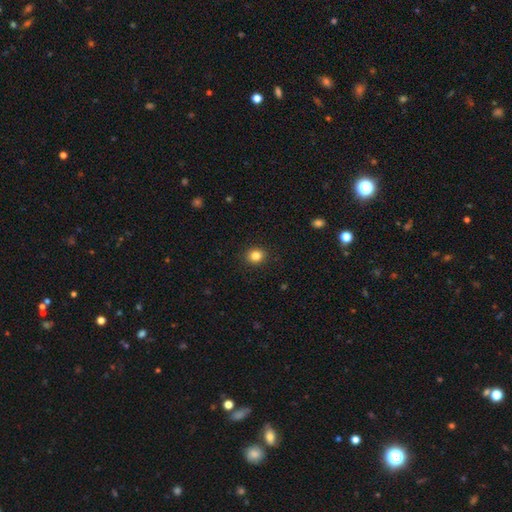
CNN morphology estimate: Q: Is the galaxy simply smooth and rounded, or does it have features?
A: smooth — 84%.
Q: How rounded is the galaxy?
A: round — 77%.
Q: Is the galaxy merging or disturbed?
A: none — 91%.